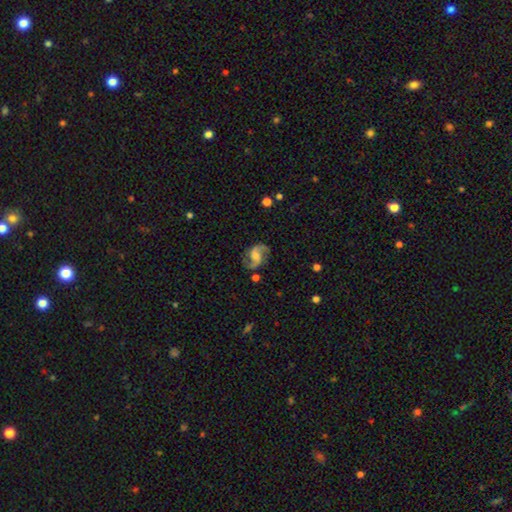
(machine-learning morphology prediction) A featured or disk galaxy (85%) with a weak bar (49%), 2 (93%) loose (48%) spiral arms (96%) and a moderate central bulge (35%). Merging: none (77%).